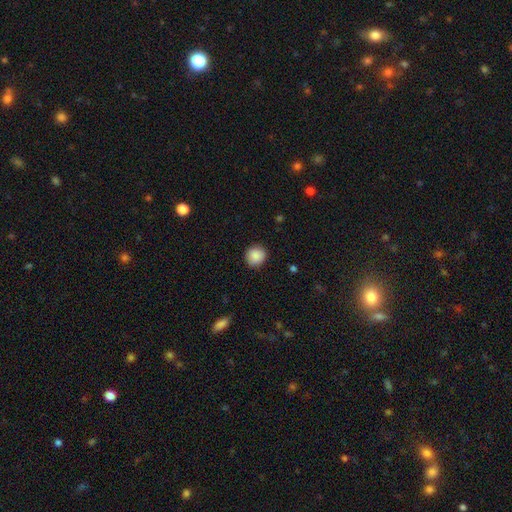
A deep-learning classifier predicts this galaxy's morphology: smooth-or-featured: smooth: 89% | star or artifact: 8% | featured or disk: 3%
  how-rounded: round: 91% | in between: 8% | cigar-shaped: 1%
  merging: none: 90% | minor disturbance: 7% | major disturbance: 2% | merger: 1%